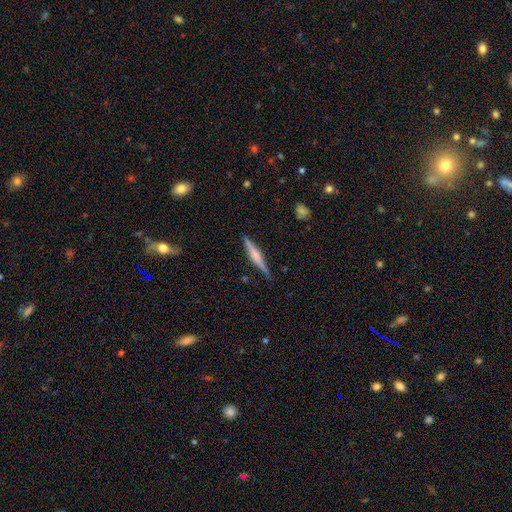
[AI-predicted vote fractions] Q: Smooth or featured?
A: featured or disk (55%); runner-up: smooth (39%)
Q: Edge-on disk?
A: yes (97%); runner-up: no (3%)
Q: Edge-on bulge?
A: rounded (55%); runner-up: boxy (24%)
Q: Merging?
A: none (83%); runner-up: minor disturbance (13%)